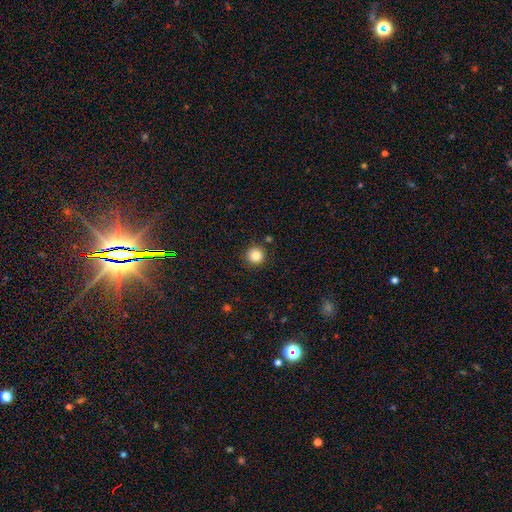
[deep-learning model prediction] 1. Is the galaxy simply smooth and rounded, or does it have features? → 85% smooth, 10% star or artifact, 4% featured or disk.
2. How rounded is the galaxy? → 95% round, 4% in between, 1% cigar-shaped.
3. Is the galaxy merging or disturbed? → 89% none, 7% minor disturbance, 2% merger, 2% major disturbance.